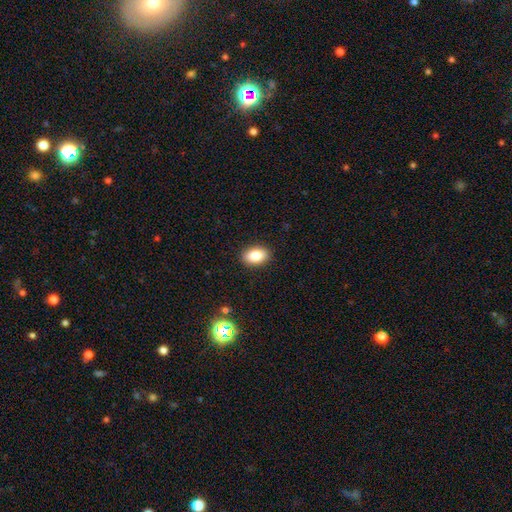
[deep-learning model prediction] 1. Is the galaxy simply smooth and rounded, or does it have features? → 84% smooth, 9% star or artifact, 7% featured or disk.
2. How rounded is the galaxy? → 86% in between, 13% round, 1% cigar-shaped.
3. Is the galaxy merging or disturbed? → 90% none, 7% minor disturbance, 2% major disturbance, 1% merger.